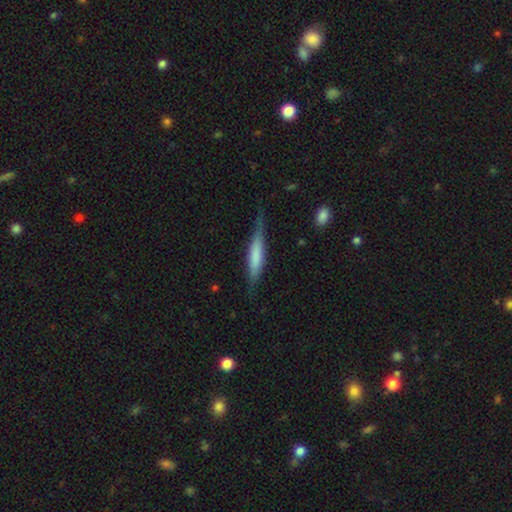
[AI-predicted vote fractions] Smooth or featured: smooth — 56% (featured or disk — 38%)
How rounded: cigar-shaped — 85% (in between — 13%)
Merging: none — 71% (minor disturbance — 22%)